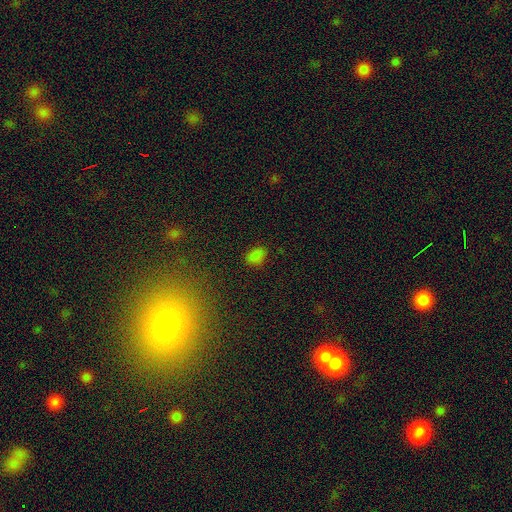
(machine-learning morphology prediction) Overall: smooth (78%). How rounded: in between (83%). Merging: none (80%).